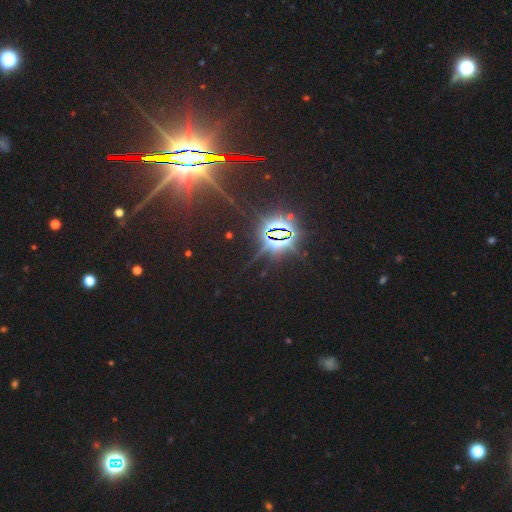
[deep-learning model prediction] Overall: star or artifact (83%).